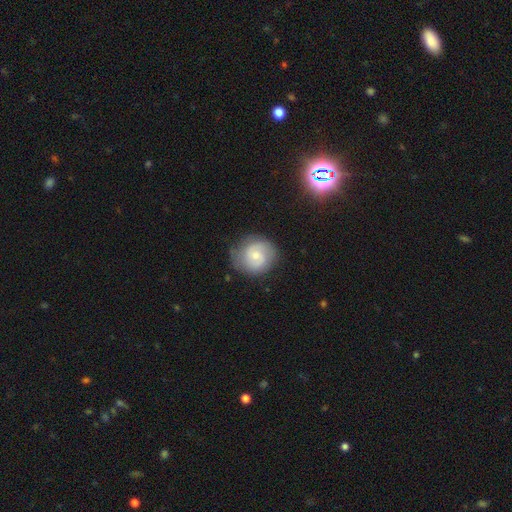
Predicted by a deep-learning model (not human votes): Overall: featured or disk (60%; smooth 34%). Edge-on disk: no (98%). Bar: no (57%; weak 38%). Spiral arms: yes (90%). Spiral arm count: 2 (81%). Spiral winding: medium (45%; tight 38%). Bulge size: small (56%; moderate 37%). Merging: none (76%).